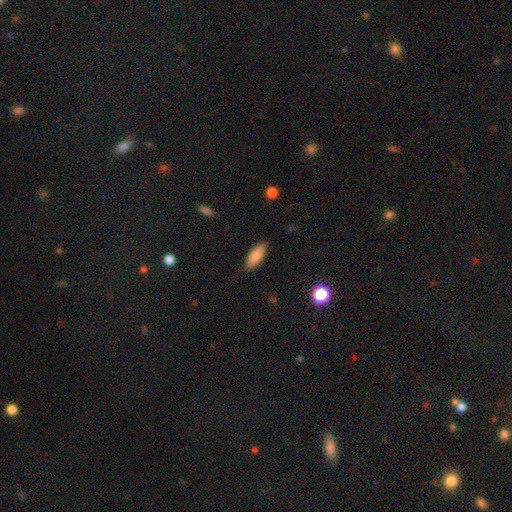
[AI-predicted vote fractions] This appears to be a smooth galaxy with no disk features (88%) that is in between round and cigar-shaped (73%). Merging: none (87%).